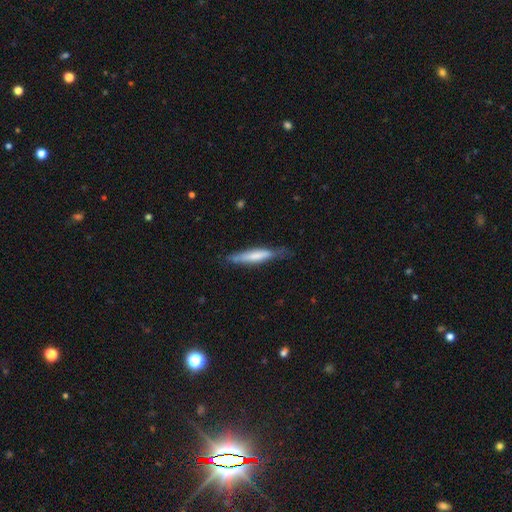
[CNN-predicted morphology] Q: Smooth or featured?
A: smooth (59%); runner-up: featured or disk (35%)
Q: How rounded?
A: cigar-shaped (87%); runner-up: in between (11%)
Q: Merging?
A: none (69%); runner-up: minor disturbance (23%)